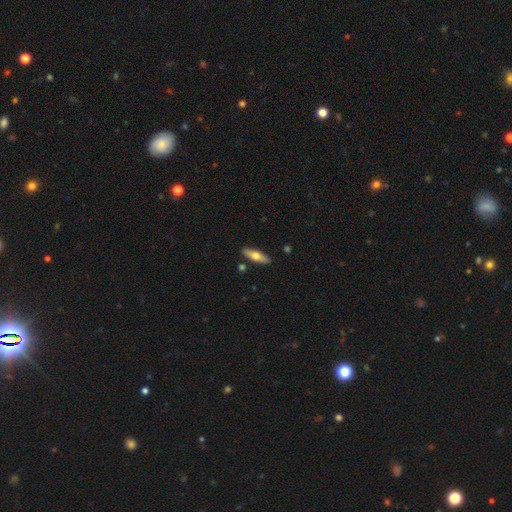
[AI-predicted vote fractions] A smooth galaxy with no disk features (58%) that is cigar-shaped (56%). Merging: none (88%).